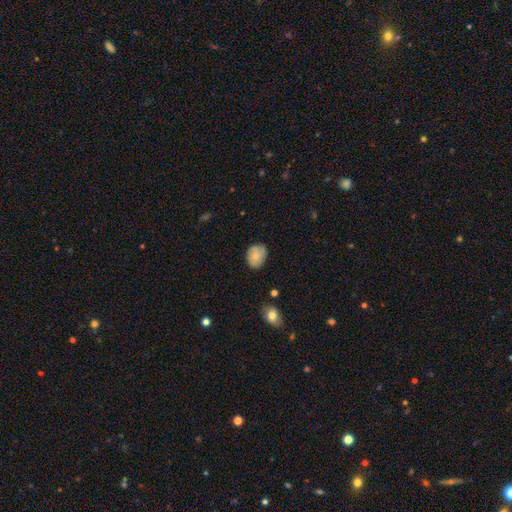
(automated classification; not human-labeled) smooth-or-featured: smooth: 70% | featured or disk: 22% | star or artifact: 8%
  how-rounded: in between: 61% | round: 38% | cigar-shaped: 1%
  merging: none: 67% | minor disturbance: 26% | major disturbance: 6% | merger: 2%